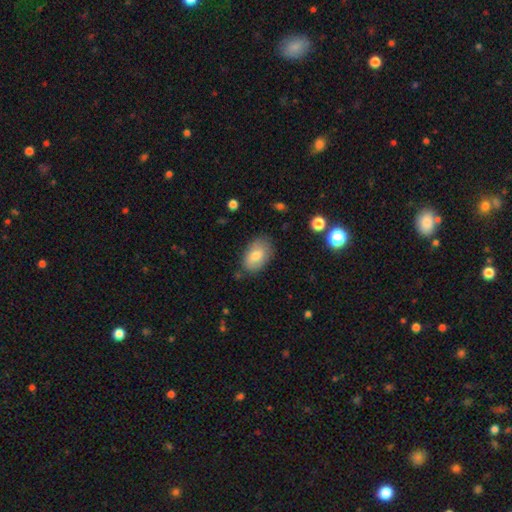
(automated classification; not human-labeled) Q: Smooth or featured?
A: smooth (74%); runner-up: featured or disk (18%)
Q: How rounded?
A: in between (90%); runner-up: round (8%)
Q: Merging?
A: none (78%); runner-up: minor disturbance (16%)